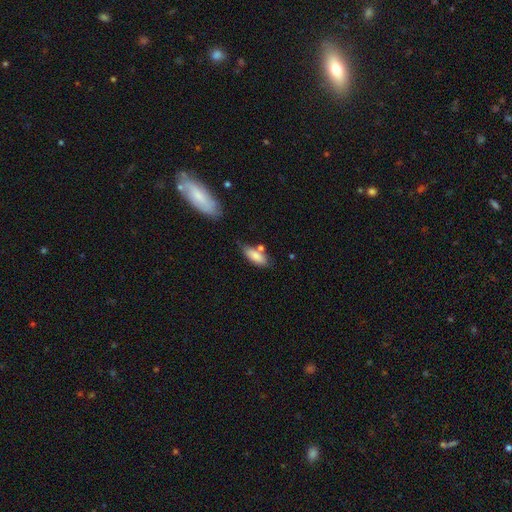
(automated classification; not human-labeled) This is clearly a smooth galaxy (82%). How rounded: likely in between (74%). Merging: possibly none (59%).